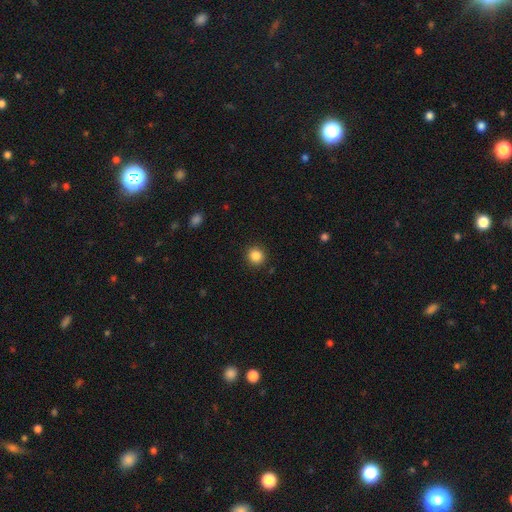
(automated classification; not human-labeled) The model was most divided on "smooth or featured": smooth: 86%, star or artifact: 11%, featured or disk: 3%. More confident: how rounded — round (92%); merging — none (91%).